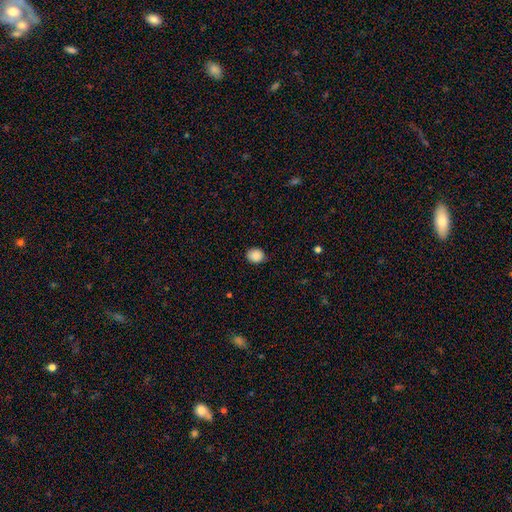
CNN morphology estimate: smooth_or_featured: smooth (p=0.88) [alt: star or artifact p=0.08]
how_rounded: round (p=0.63) [alt: in between p=0.36]
merging: none (p=0.86) [alt: minor disturbance p=0.11]